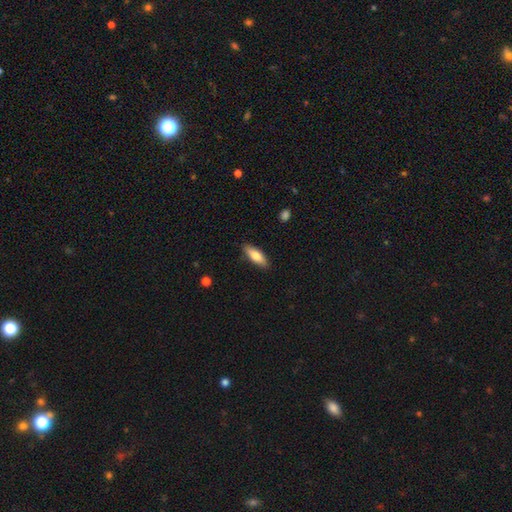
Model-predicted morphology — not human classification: Smooth or featured: smooth — 77% (featured or disk — 17%)
How rounded: in between — 61% (cigar-shaped — 37%)
Merging: none — 86% (minor disturbance — 10%)